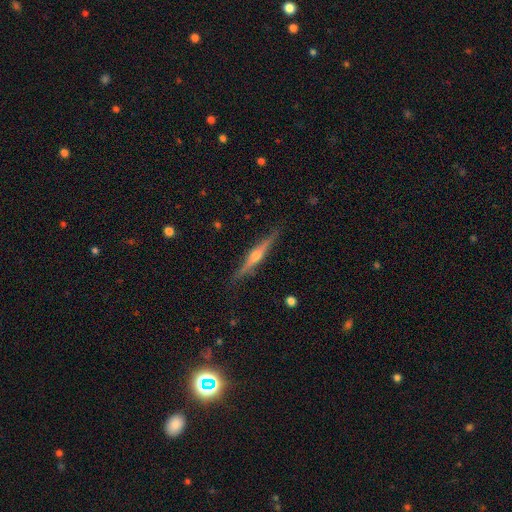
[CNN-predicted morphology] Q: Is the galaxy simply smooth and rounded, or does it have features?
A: featured or disk — 78%.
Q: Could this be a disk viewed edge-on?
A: yes — 98%.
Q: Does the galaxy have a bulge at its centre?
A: rounded — 90%.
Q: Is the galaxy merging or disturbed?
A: none — 89%.